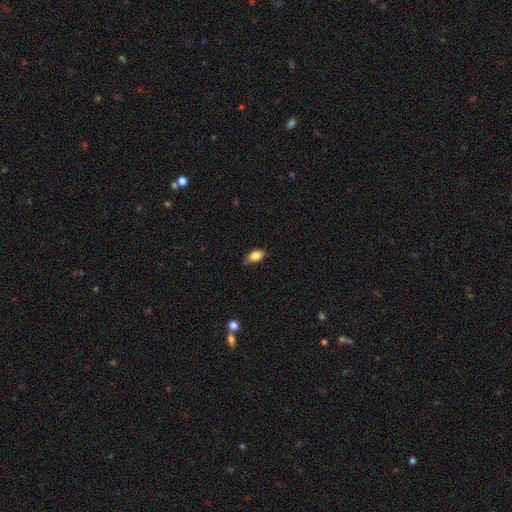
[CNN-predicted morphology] Smooth or featured? smooth (83%)
How rounded? in between (89%)
Merging? none (72%)